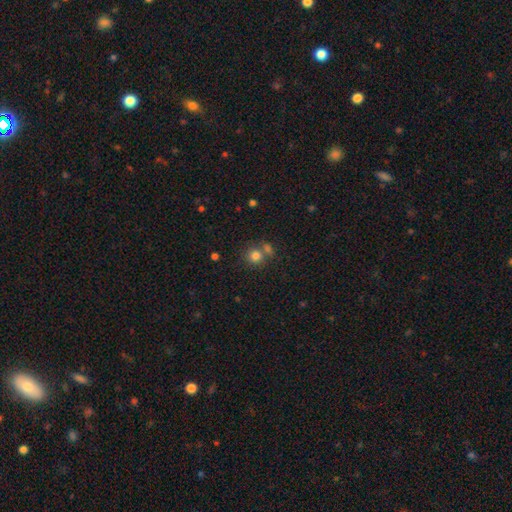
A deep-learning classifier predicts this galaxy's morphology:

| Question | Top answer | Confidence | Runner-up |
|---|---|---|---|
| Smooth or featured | smooth | 79% | star or artifact (13%) |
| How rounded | round | 87% | in between (12%) |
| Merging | none | 57% | merger (31%) |